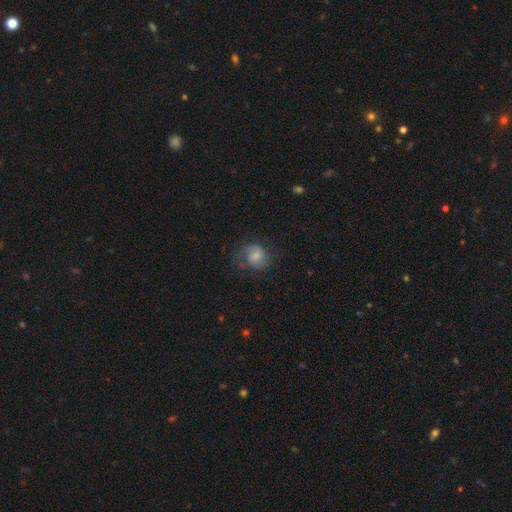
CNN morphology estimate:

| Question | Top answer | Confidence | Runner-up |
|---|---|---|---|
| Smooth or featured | smooth | 60% | featured or disk (31%) |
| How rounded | round | 61% | in between (38%) |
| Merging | none | 53% | minor disturbance (26%) |